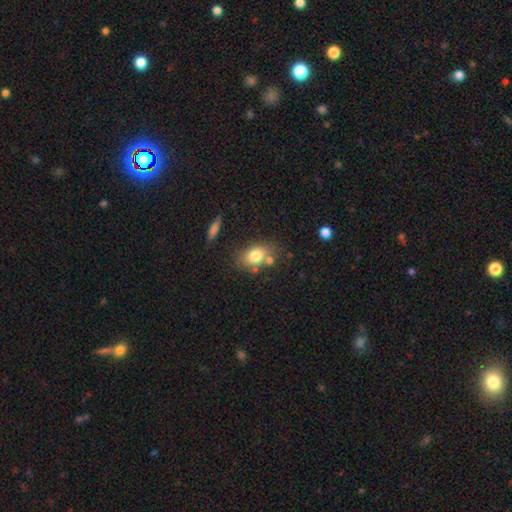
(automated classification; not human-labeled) Overall: smooth (76%). How rounded: in between (73%). Merging: none (65%).